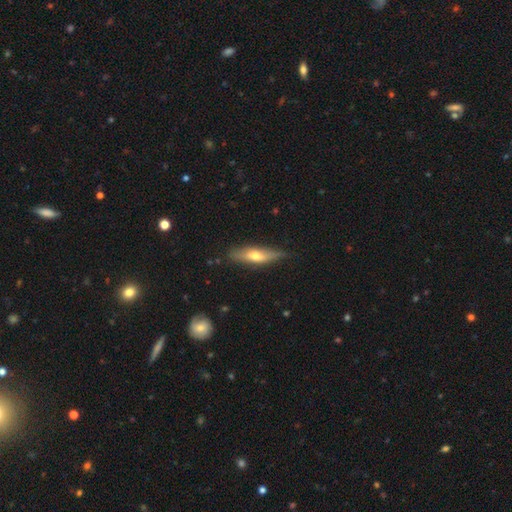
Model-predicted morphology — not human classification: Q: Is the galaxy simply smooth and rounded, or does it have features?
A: smooth — 48%.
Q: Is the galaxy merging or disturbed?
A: none — 76%.